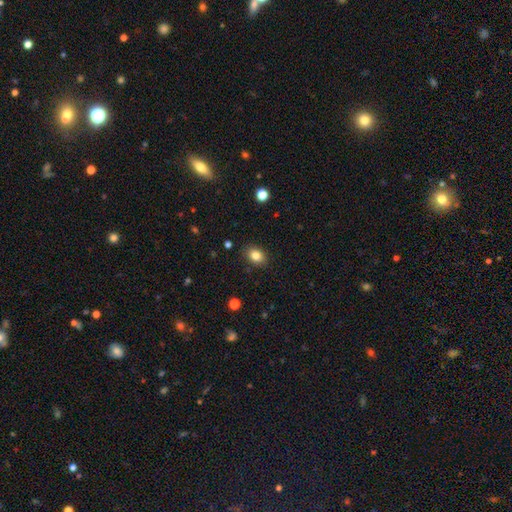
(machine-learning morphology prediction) A smooth galaxy with no disk features (83%) that is in between round and cigar-shaped (66%). Merging: none (87%).